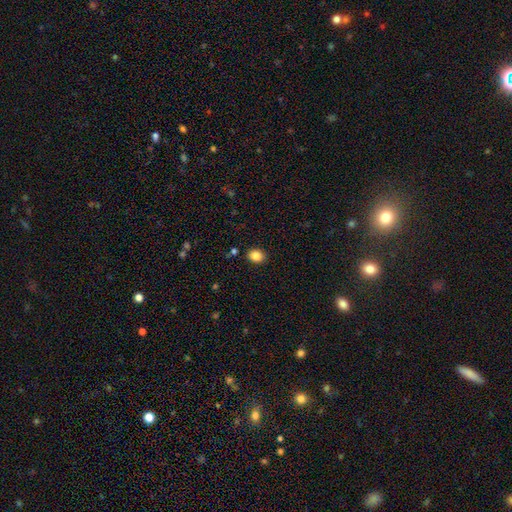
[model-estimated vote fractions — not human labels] Smooth or featured: smooth — 85% (star or artifact — 10%)
How rounded: in between — 54% (round — 45%)
Merging: none — 88% (minor disturbance — 8%)